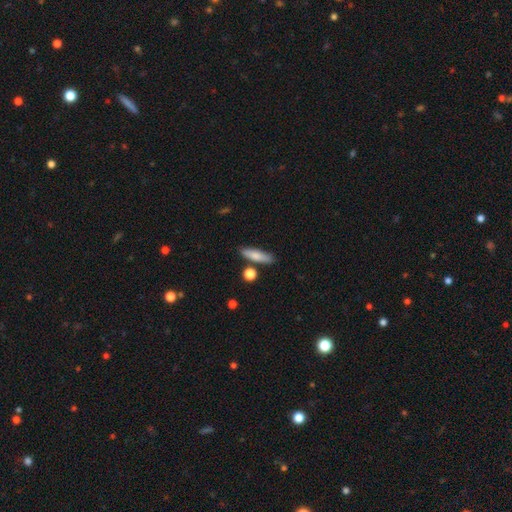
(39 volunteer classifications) Overall: smooth (79%). How rounded: cigar-shaped (74%). Merging: none (83%).